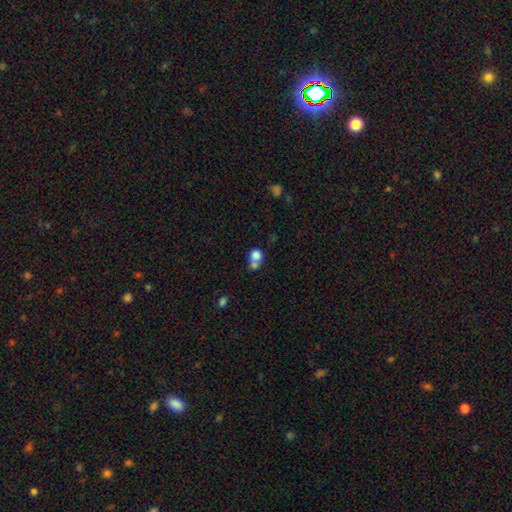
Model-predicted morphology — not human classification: Smooth or featured? Predicted: smooth (p=0.78). How rounded? Predicted: round (p=0.75). Merging? Predicted: merger (p=0.56).